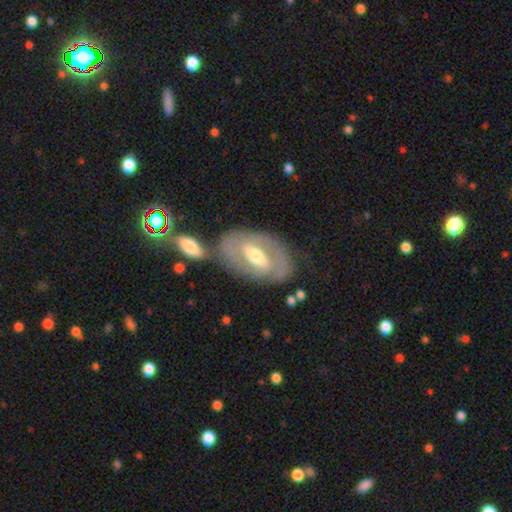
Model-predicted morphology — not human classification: type=featured or disk (69%); edge-on=no (92%); bar=weak (39%); spiral arms=yes (56%); bulge=moderate (69%); merging=none (61%).